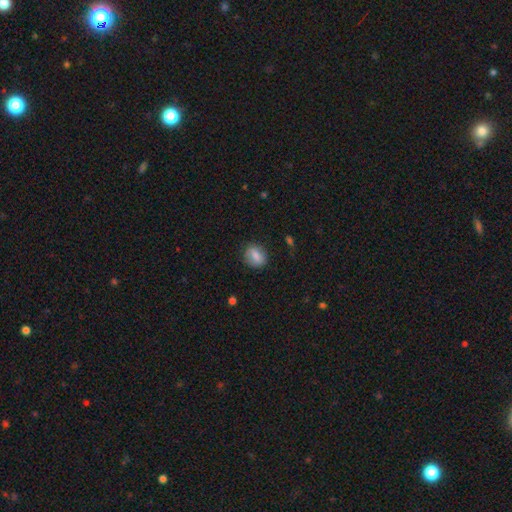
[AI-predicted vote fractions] The model was most divided on "how rounded": in between: 52%, round: 46%, cigar-shaped: 2%. More confident: merging — none (79%); smooth or featured — smooth (79%).